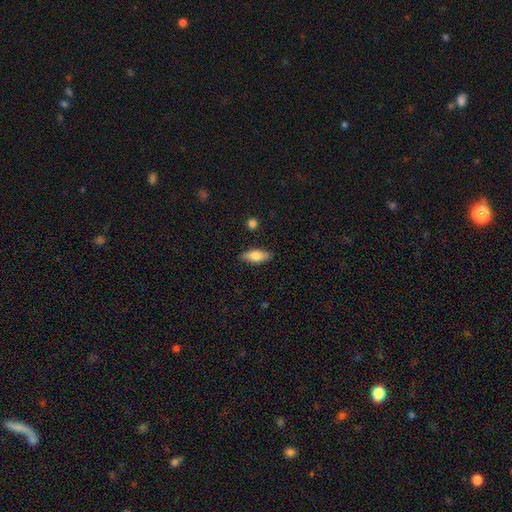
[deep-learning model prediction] Smooth or featured? Predicted: smooth (p=0.75). How rounded? Predicted: in between (p=0.73). Merging? Predicted: none (p=0.86).